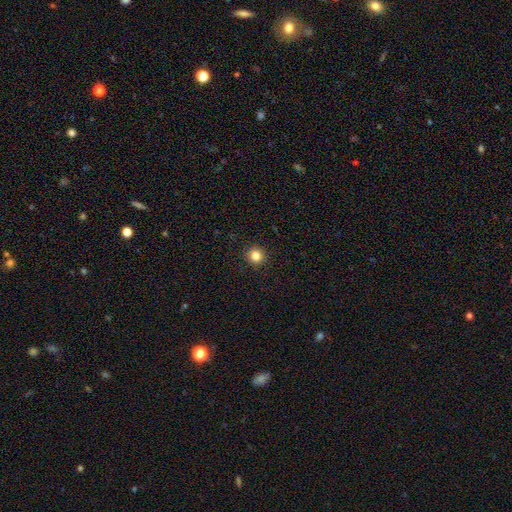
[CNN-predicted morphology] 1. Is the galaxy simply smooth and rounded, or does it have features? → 83% smooth, 12% star or artifact, 5% featured or disk.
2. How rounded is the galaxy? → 94% round, 5% in between, 1% cigar-shaped.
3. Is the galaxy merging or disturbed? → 93% none, 4% minor disturbance, 2% major disturbance, 1% merger.